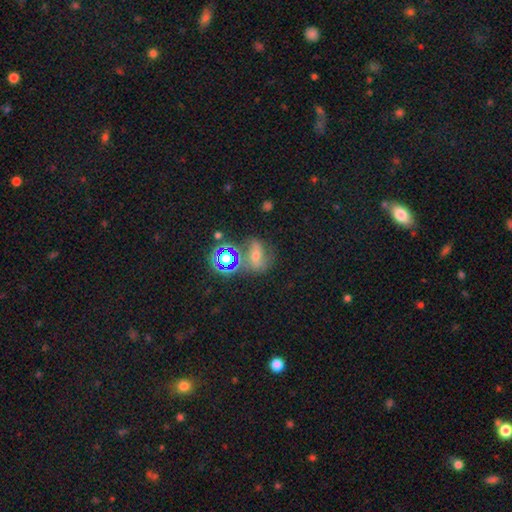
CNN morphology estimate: smooth-or-featured: featured or disk: 37% | star or artifact: 36% | smooth: 27%
  merging: none: 56% | minor disturbance: 18% | merger: 14% | major disturbance: 12%